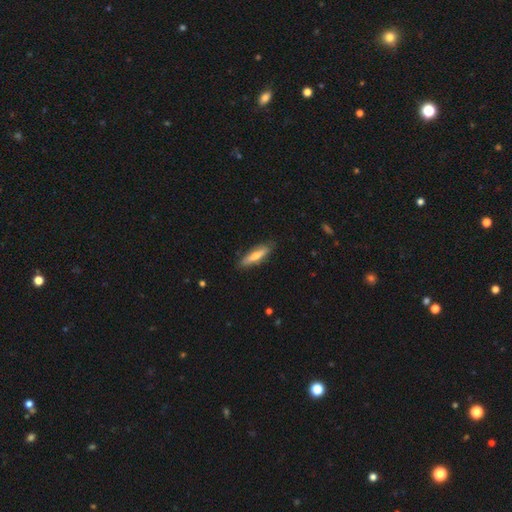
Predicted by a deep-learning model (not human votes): Q: Smooth or featured?
A: smooth (64%); runner-up: featured or disk (30%)
Q: How rounded?
A: cigar-shaped (74%); runner-up: in between (24%)
Q: Merging?
A: none (85%); runner-up: minor disturbance (12%)